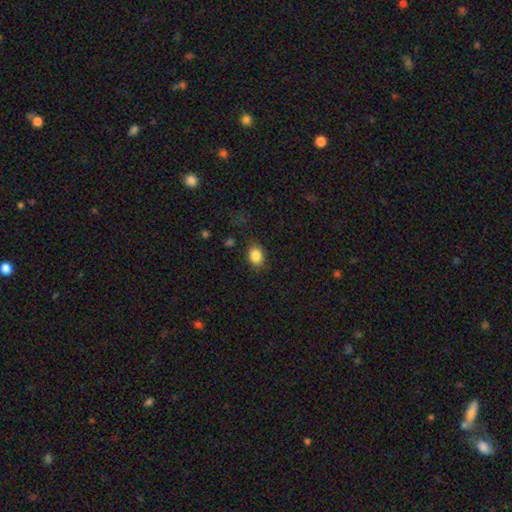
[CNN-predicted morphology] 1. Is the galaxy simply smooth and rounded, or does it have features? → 85% smooth, 9% star or artifact, 6% featured or disk.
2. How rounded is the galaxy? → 65% in between, 34% round, 1% cigar-shaped.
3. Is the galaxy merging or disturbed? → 82% none, 12% minor disturbance, 4% major disturbance, 2% merger.